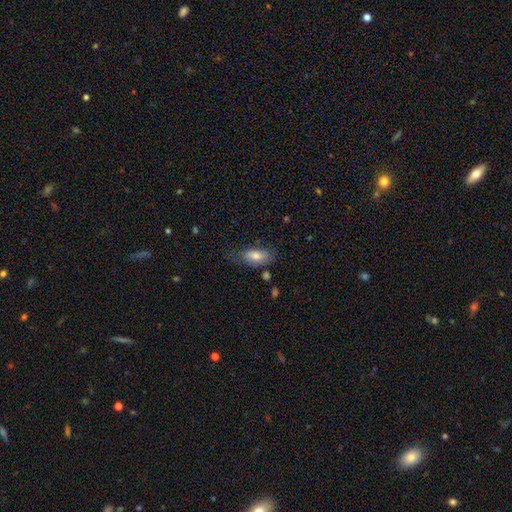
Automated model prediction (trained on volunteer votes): This appears to be a smooth galaxy with no disk features (71%) that is in between round and cigar-shaped (89%). Merging: none (63%).